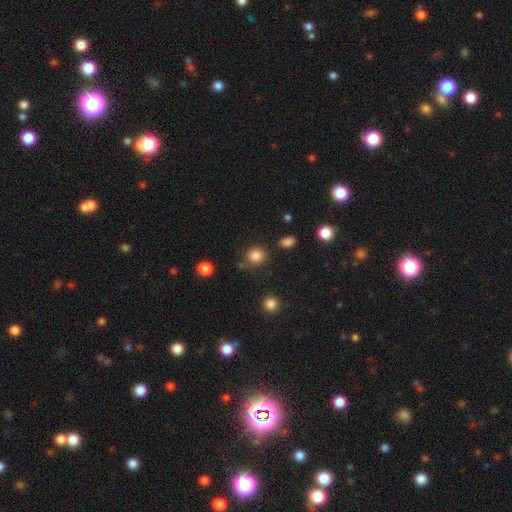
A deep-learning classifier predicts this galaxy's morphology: smooth-or-featured: smooth: 84% | star or artifact: 11% | featured or disk: 5%
  how-rounded: round: 87% | in between: 12% | cigar-shaped: 1%
  merging: none: 80% | minor disturbance: 11% | merger: 6% | major disturbance: 4%